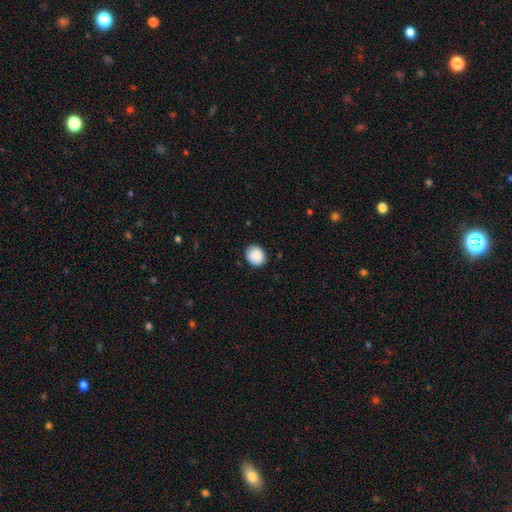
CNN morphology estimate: smooth_or_featured: smooth (p=0.89) [alt: star or artifact p=0.07]
how_rounded: round (p=0.72) [alt: in between p=0.27]
merging: none (p=0.89) [alt: minor disturbance p=0.09]